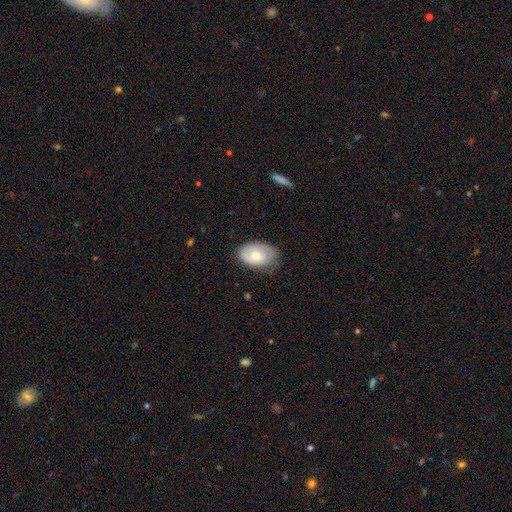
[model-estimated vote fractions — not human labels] The model was most divided on "smooth or featured": smooth: 65%, featured or disk: 29%, star or artifact: 6%. More confident: how rounded — in between (87%); merging — none (67%).